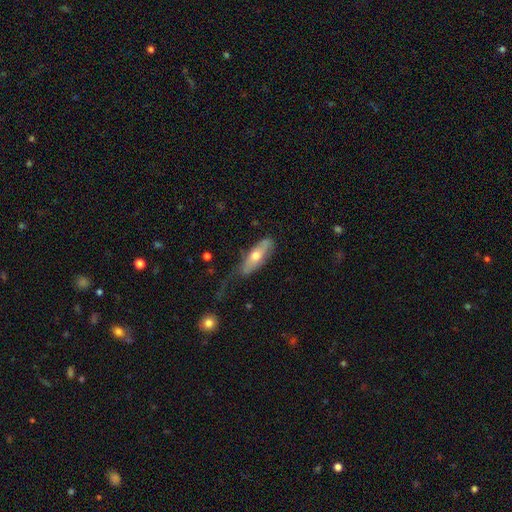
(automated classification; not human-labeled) Q: Smooth or featured?
A: smooth (56%); runner-up: featured or disk (38%)
Q: How rounded?
A: in between (55%); runner-up: cigar-shaped (42%)
Q: Merging?
A: none (48%); runner-up: minor disturbance (32%)